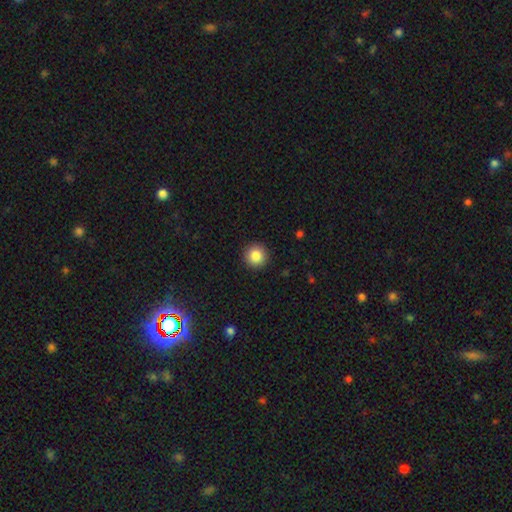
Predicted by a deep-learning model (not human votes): This appears to be a smooth galaxy with no disk features (85%) that is round (95%). Merging: none (93%).